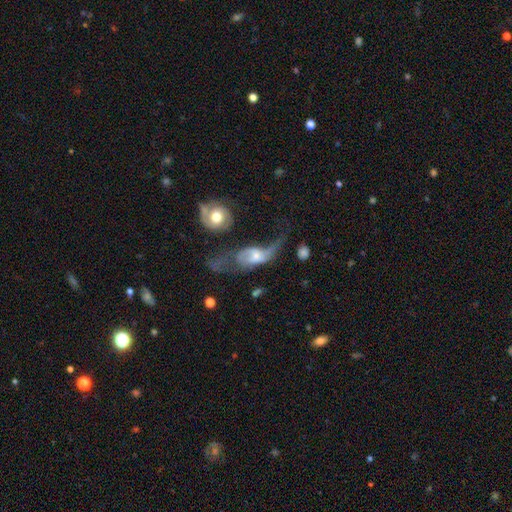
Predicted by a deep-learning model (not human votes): This is likely a featured or disk galaxy (65%). It is clearly not viewed edge-on (90%). Bar: possibly no (53%). Spiral arm pattern: likely yes (76%). Central bulge: possibly moderate (52%). Merging: marginally major disturbance (41%).